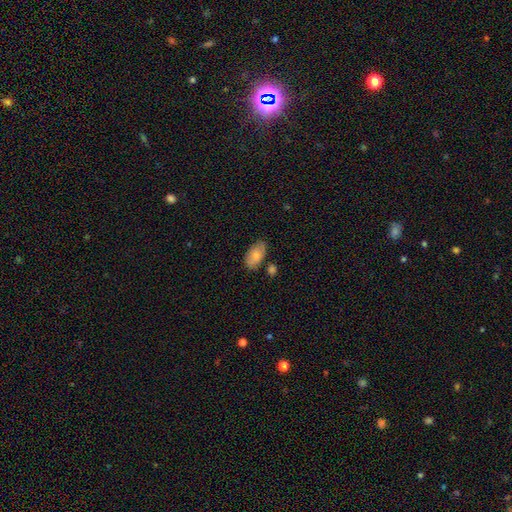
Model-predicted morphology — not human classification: smooth 80%, featured or disk 14%, star or artifact 7%. Down the decision tree: how rounded — in between (94%); merging — none (73%).